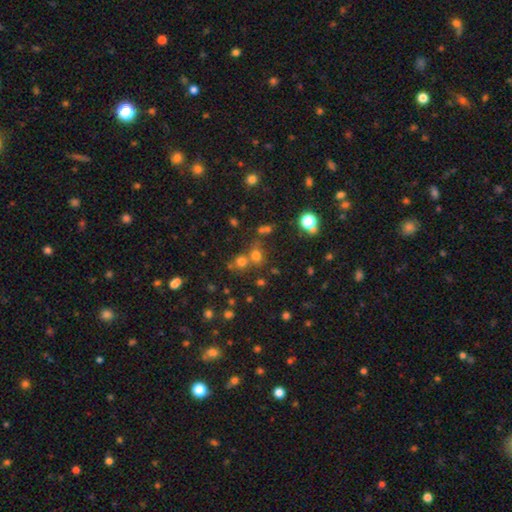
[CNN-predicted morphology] A smooth galaxy with no disk features (64%) that is round (80%).

Vote fractions:
- Smooth or featured? smooth: 64% / star or artifact: 26% / featured or disk: 9%
- How rounded? round: 80% / in between: 19% / cigar-shaped: 1%
- Merging? none: 58% / merger: 30% / minor disturbance: 9% / major disturbance: 4%